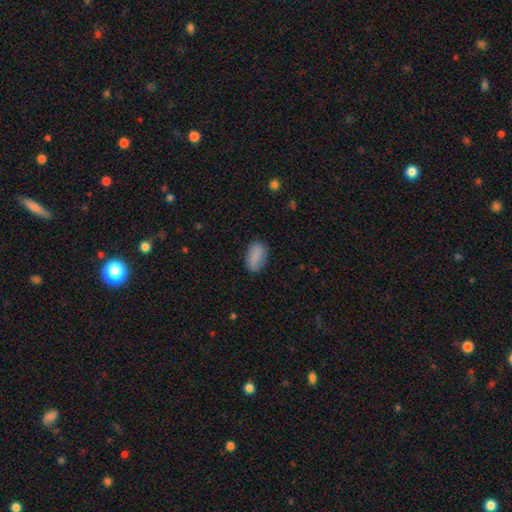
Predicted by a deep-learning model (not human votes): Smooth or featured?
  - smooth: 86% *
  - star or artifact: 8%
  - featured or disk: 6%
How rounded?
  - in between: 91% *
  - round: 7%
  - cigar-shaped: 2%
Merging?
  - none: 81% *
  - minor disturbance: 14%
  - major disturbance: 3%
  - merger: 1%